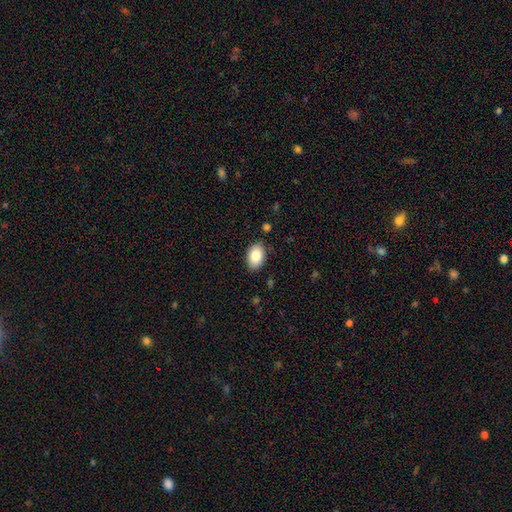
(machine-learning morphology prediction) Q: Smooth or featured?
A: smooth (86%); runner-up: featured or disk (7%)
Q: How rounded?
A: in between (89%); runner-up: round (10%)
Q: Merging?
A: none (84%); runner-up: minor disturbance (12%)